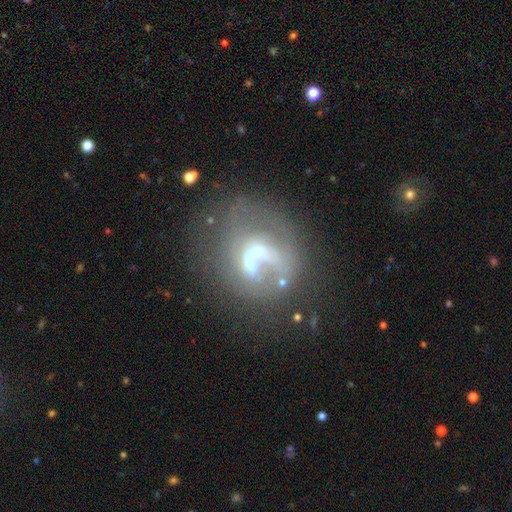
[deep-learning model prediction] featured or disk 62%, smooth 25%, star or artifact 13%. Down the decision tree: edge-on disk — no (97%); bar — no (58%); spiral arms — no (55%); bulge size — moderate (35%); merging — none (36%).